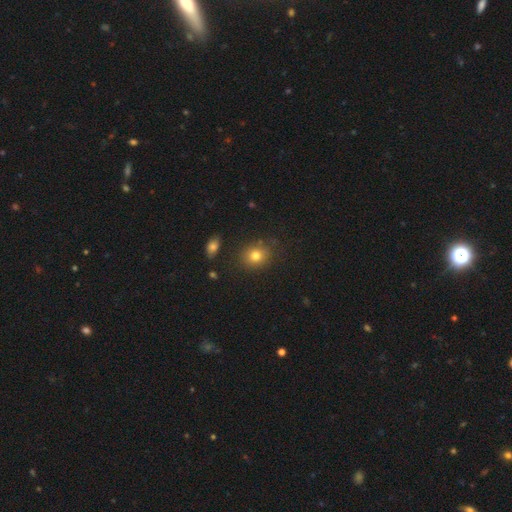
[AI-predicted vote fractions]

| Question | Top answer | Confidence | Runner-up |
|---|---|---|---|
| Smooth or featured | smooth | 79% | star or artifact (12%) |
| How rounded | round | 71% | in between (28%) |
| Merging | none | 84% | minor disturbance (10%) |